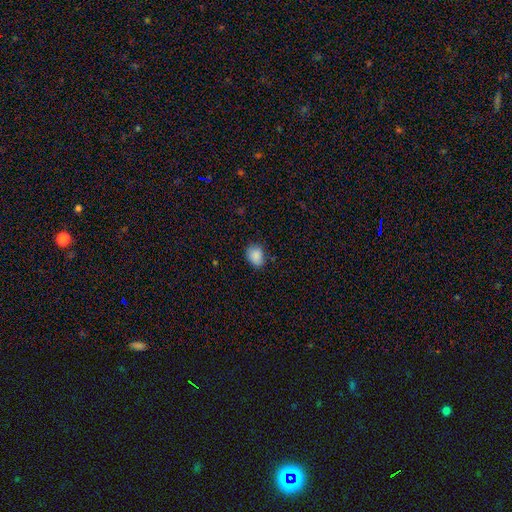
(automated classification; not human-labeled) This appears to be a smooth galaxy with no disk features (88%) that is in between round and cigar-shaped (64%). Merging: none (77%).